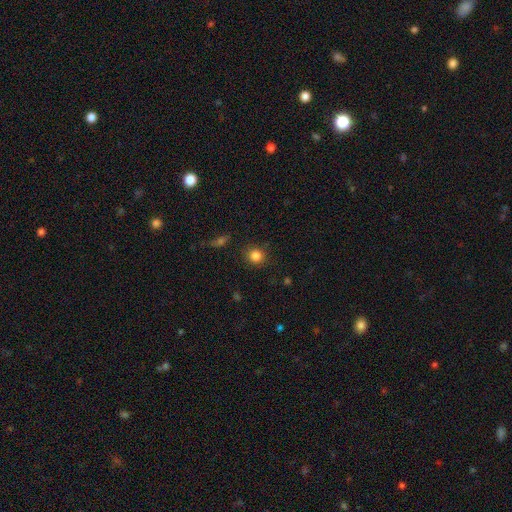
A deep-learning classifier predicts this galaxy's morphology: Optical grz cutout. It shows a smooth galaxy with no disk features (84%) that is round (89%). Merging: none (88%).